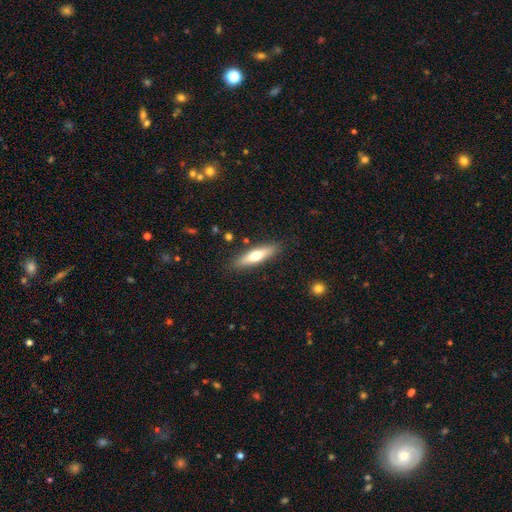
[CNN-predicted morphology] A smooth galaxy with no disk features (55%) that is cigar-shaped (69%).

Vote fractions:
- Smooth or featured? smooth: 55% / featured or disk: 39% / star or artifact: 6%
- How rounded? cigar-shaped: 69% / in between: 29% / round: 2%
- Merging? none: 87% / minor disturbance: 9% / major disturbance: 2% / merger: 2%